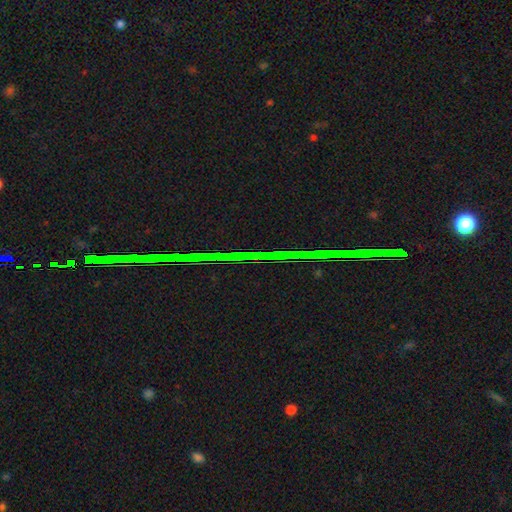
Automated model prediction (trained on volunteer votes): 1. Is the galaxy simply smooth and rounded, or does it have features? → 85% star or artifact, 9% featured or disk, 6% smooth.